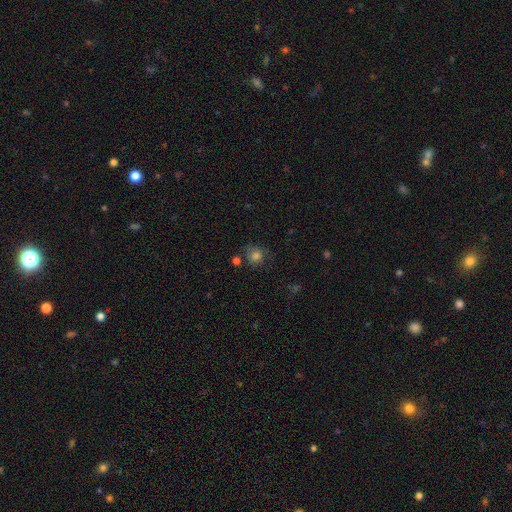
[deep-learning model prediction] A smooth galaxy with no disk features (79%) that is round (83%).

Vote fractions:
- Smooth or featured? smooth: 79% / star or artifact: 14% / featured or disk: 8%
- How rounded? round: 83% / in between: 17% / cigar-shaped: 1%
- Merging? none: 67% / minor disturbance: 20% / major disturbance: 8% / merger: 6%